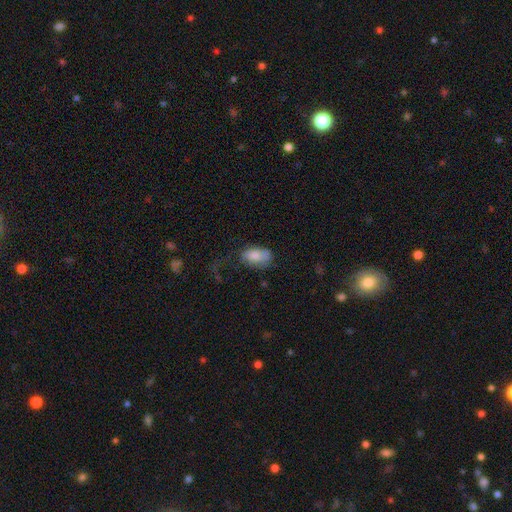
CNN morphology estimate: Overall: smooth (79%). How rounded: in between (93%). Merging: none (50%; minor disturbance 29%).